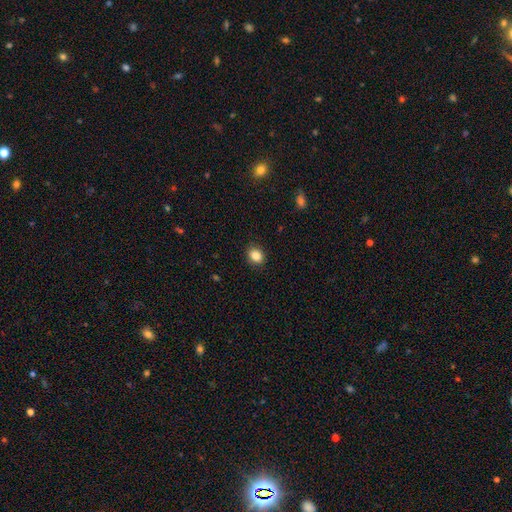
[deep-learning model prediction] Overall: smooth (86%). How rounded: round (58%; in between 41%). Merging: none (88%).